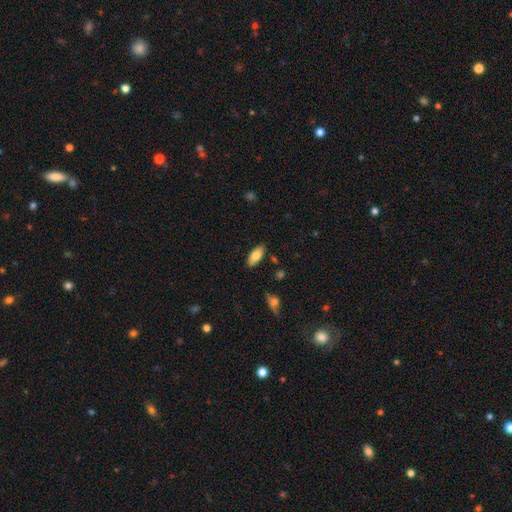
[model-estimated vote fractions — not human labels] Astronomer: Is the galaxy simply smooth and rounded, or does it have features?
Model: smooth — 76%.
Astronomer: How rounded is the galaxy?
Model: in between — 85%.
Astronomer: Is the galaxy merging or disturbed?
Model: none — 86%.